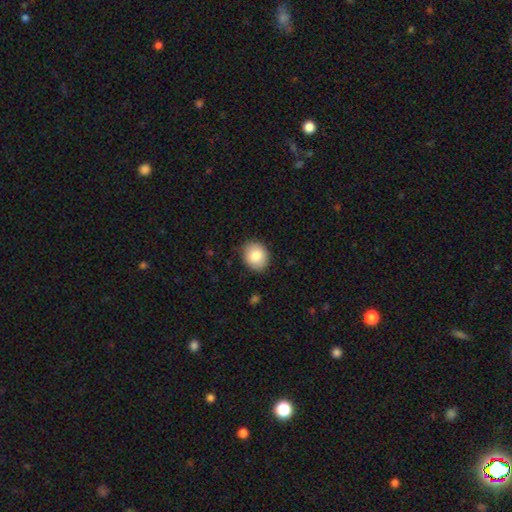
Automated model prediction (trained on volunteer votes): A smooth galaxy with no disk features (84%) that is round (59%). Merging: none (86%).